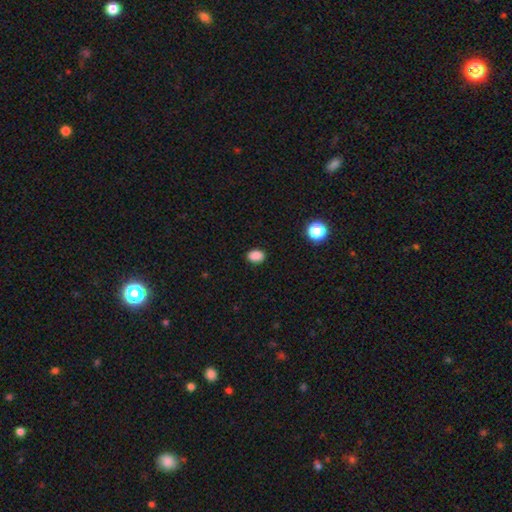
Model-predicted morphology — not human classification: smooth_or_featured: smooth (p=0.87) [alt: star or artifact p=0.11]
how_rounded: in between (p=0.72) [alt: round p=0.27]
merging: none (p=0.88) [alt: minor disturbance p=0.09]